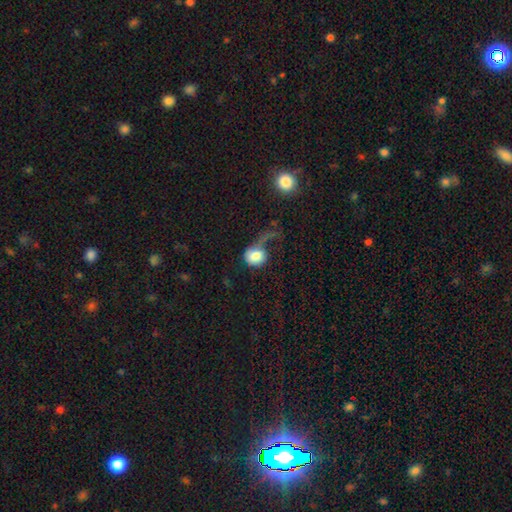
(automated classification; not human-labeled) smooth-or-featured: smooth: 71% | featured or disk: 21% | star or artifact: 8%
  how-rounded: round: 66% | in between: 33% | cigar-shaped: 1%
  merging: major disturbance: 55% | none: 20% | minor disturbance: 17% | merger: 7%